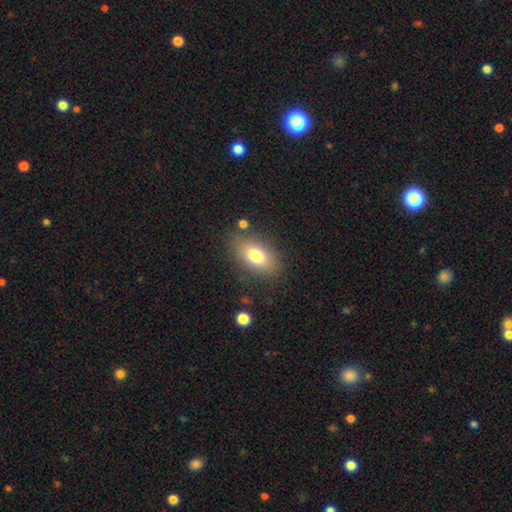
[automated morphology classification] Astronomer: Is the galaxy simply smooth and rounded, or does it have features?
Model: smooth — 77%.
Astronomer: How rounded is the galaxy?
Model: in between — 88%.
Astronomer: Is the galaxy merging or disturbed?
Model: none — 81%.